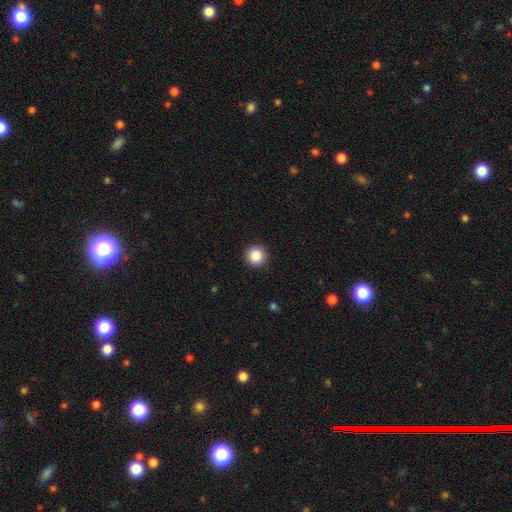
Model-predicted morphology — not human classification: Overall: smooth (87%). How rounded: round (96%). Merging: none (93%).